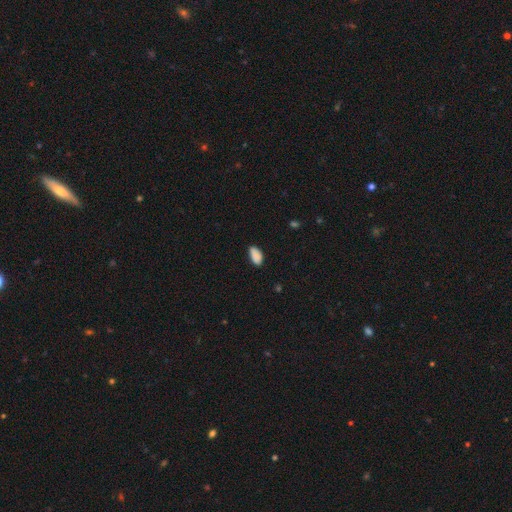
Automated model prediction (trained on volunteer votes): Smooth or featured: smooth — 88% (star or artifact — 8%)
How rounded: in between — 93% (cigar-shaped — 4%)
Merging: none — 79% (minor disturbance — 17%)